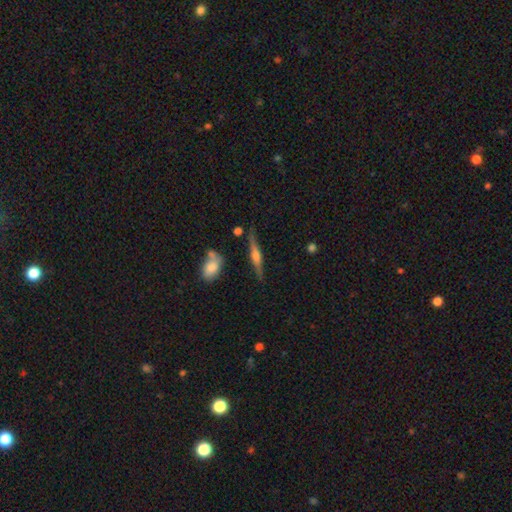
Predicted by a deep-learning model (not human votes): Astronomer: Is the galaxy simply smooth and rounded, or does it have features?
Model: featured or disk — 70%.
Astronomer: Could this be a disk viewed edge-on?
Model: yes — 97%.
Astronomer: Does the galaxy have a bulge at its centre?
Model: rounded — 83%.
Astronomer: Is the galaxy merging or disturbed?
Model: none — 82%.